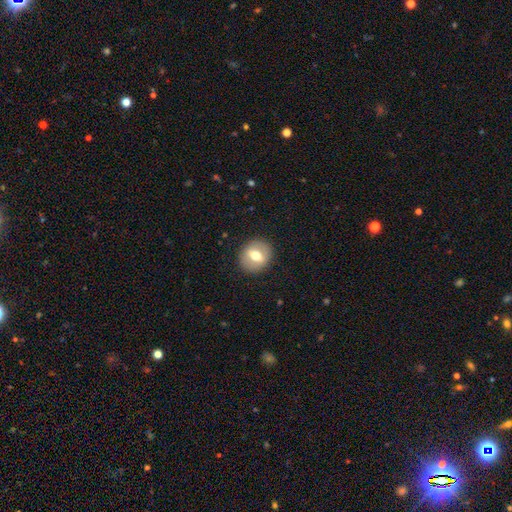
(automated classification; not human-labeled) Q: Smooth or featured?
A: smooth (58%); runner-up: featured or disk (34%)
Q: How rounded?
A: round (77%); runner-up: in between (22%)
Q: Merging?
A: none (89%); runner-up: minor disturbance (7%)